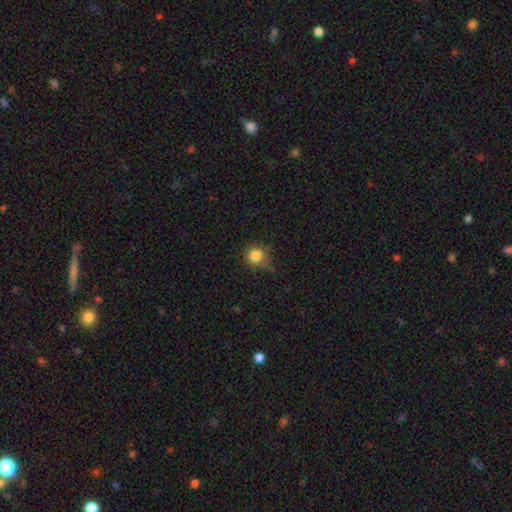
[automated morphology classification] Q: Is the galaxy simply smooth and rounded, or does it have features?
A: smooth — 83%.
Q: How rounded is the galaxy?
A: round — 90%.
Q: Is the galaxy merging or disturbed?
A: none — 71%.